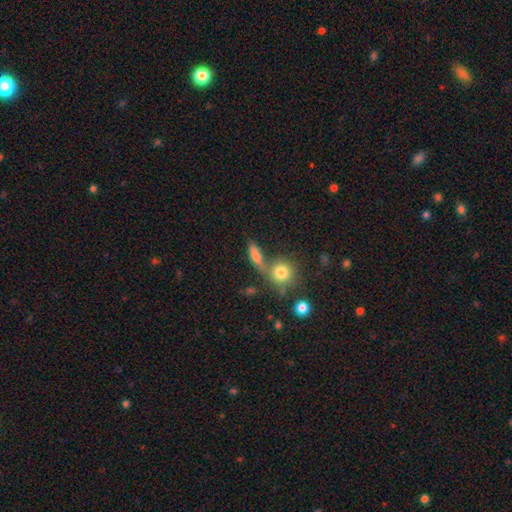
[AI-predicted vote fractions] Morphology: type=smooth (75%); roundness=in between (46%); merging=none (51%).